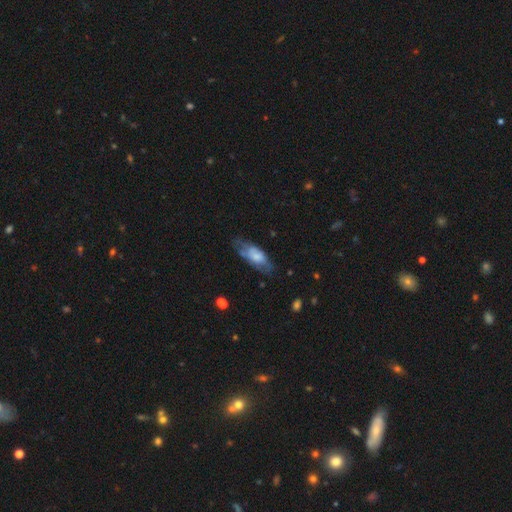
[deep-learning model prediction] smooth_or_featured: smooth (p=0.56) [alt: featured or disk p=0.37]
how_rounded: in between (p=0.81) [alt: cigar-shaped p=0.17]
merging: none (p=0.49) [alt: minor disturbance p=0.30]